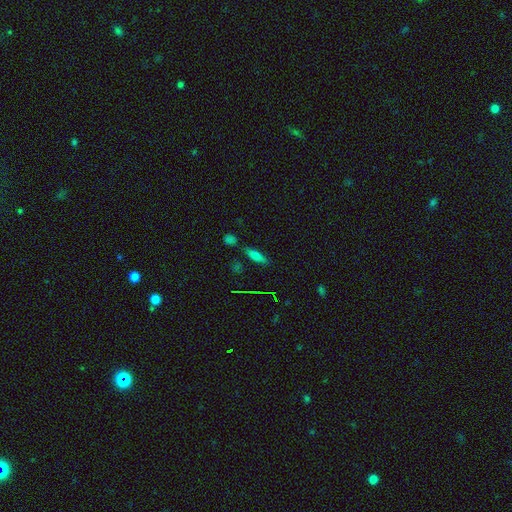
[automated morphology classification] A smooth galaxy with no disk features (64%) that is in between round and cigar-shaped (49%). Merging: none (74%).